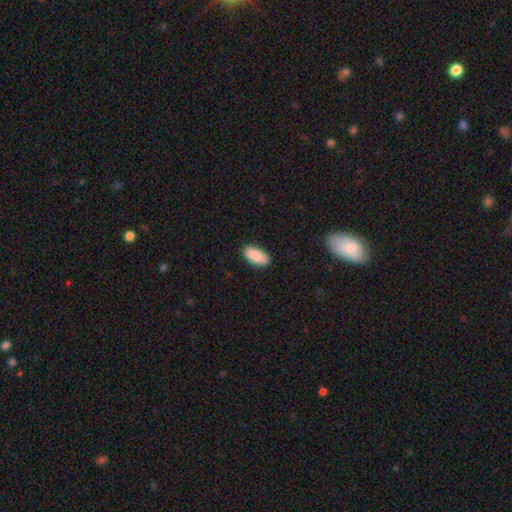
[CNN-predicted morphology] Smooth or featured: smooth — 91% (star or artifact — 6%)
How rounded: in between — 93% (cigar-shaped — 5%)
Merging: none — 89% (minor disturbance — 8%)